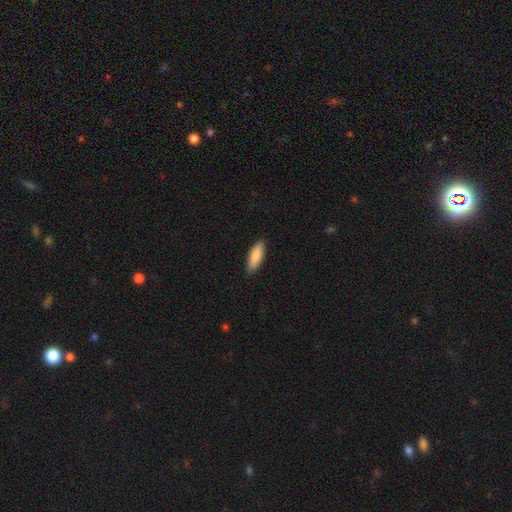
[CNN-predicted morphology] This is clearly a smooth galaxy (86%). How rounded: likely in between (60%). Merging: clearly none (88%).